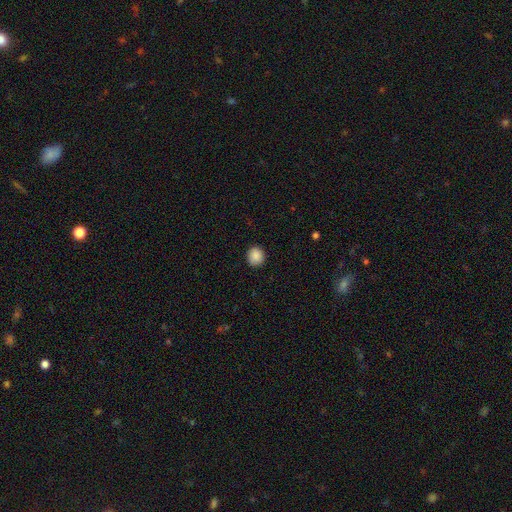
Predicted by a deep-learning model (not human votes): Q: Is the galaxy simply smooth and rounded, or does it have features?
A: smooth — 88%.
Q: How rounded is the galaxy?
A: round — 87%.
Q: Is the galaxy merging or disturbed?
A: none — 90%.